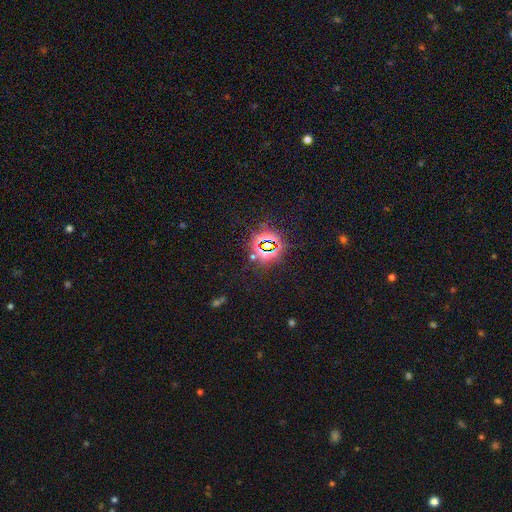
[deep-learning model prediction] Q: Smooth or featured?
A: star or artifact (81%); runner-up: smooth (11%)